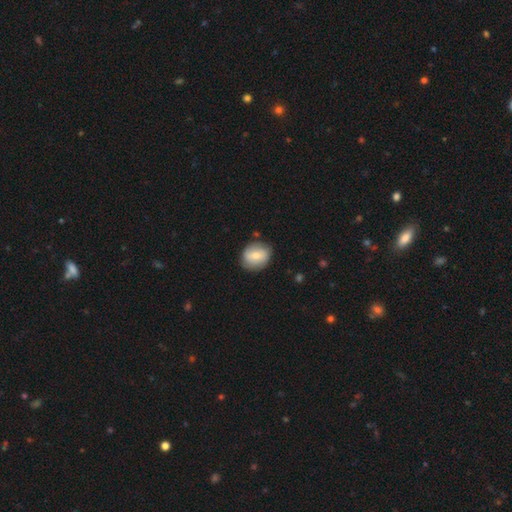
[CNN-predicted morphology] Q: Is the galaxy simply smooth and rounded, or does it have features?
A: smooth — 63%.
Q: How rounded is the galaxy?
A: round — 67%.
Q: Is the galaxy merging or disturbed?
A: none — 80%.